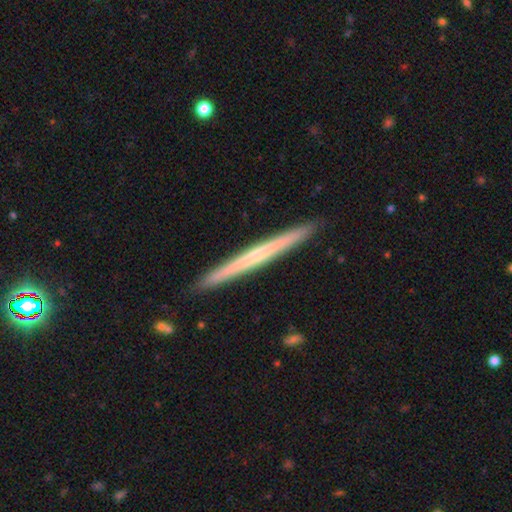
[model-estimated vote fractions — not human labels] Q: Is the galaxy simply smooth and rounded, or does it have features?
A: featured or disk — 57%.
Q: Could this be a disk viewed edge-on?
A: yes — 98%.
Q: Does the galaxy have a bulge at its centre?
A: none — 76%.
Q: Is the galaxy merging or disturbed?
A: none — 92%.